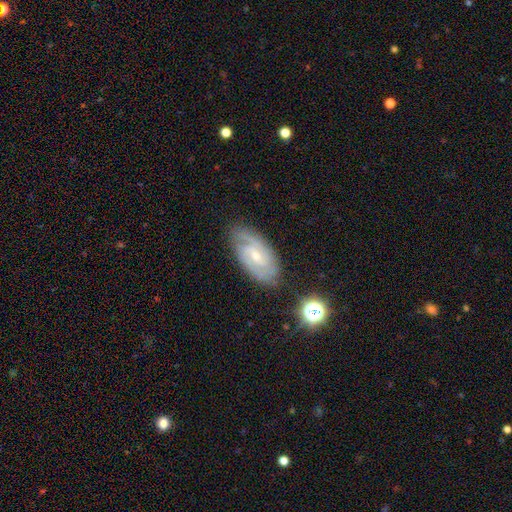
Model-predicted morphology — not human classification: Smooth or featured?
  - featured or disk: 82% *
  - smooth: 11%
  - star or artifact: 7%
Edge-on disk?
  - no: 95% *
  - yes: 5%
Bar?
  - weak: 52% *
  - no: 34%
  - strong: 13%
Spiral arms?
  - yes: 96% *
  - no: 4%
Spiral winding?
  - tight: 51% *
  - medium: 40%
  - loose: 9%
Spiral arm count?
  - 2: 55% *
  - can't tell: 17%
  - 3: 17%
  - 4: 4%
  - 1: 3%
  - more than 4: 3%
Bulge size?
  - small: 66% *
  - moderate: 30%
  - none: 3%
  - large: 1%
  - dominant: 1%
Merging?
  - none: 80% *
  - minor disturbance: 15%
  - major disturbance: 3%
  - merger: 2%